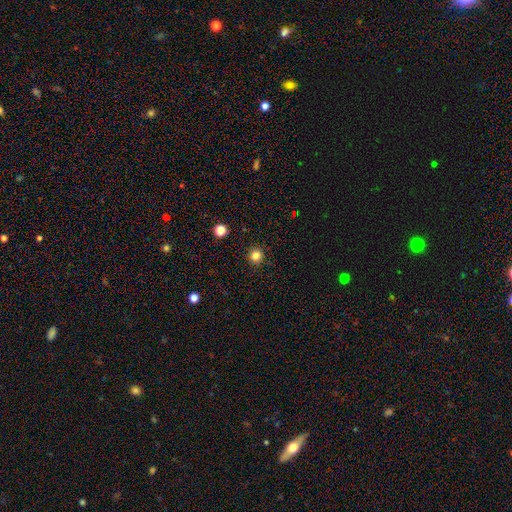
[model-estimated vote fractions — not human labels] Overall: smooth (82%). How rounded: round (94%). Merging: none (92%).